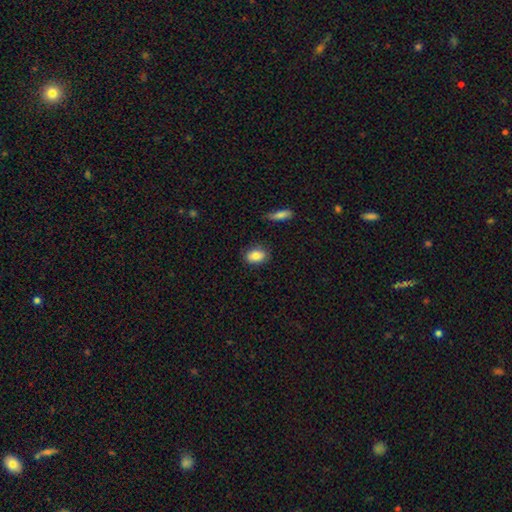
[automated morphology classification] This is clearly a smooth galaxy (85%). How rounded: clearly in between (82%). Merging: clearly none (83%).